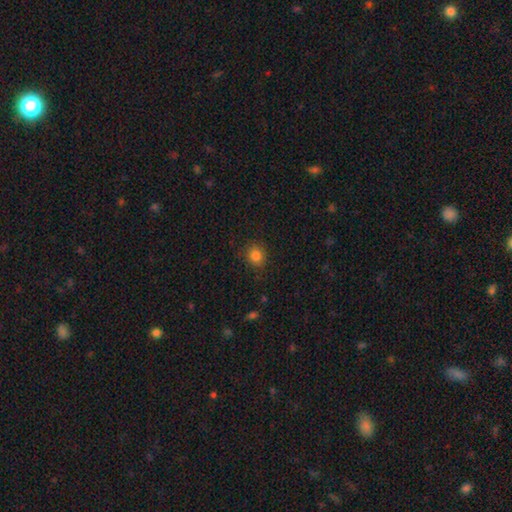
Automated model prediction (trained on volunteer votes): Q: Smooth or featured?
A: smooth (83%); runner-up: star or artifact (12%)
Q: How rounded?
A: round (81%); runner-up: in between (18%)
Q: Merging?
A: none (87%); runner-up: minor disturbance (9%)